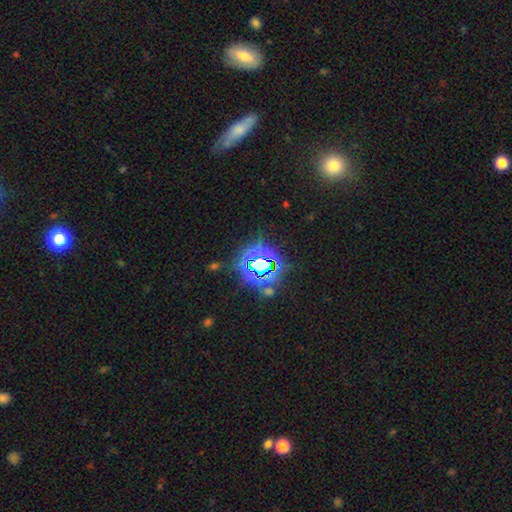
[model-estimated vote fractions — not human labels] smooth-or-featured: star or artifact: 78% | smooth: 13% | featured or disk: 9%